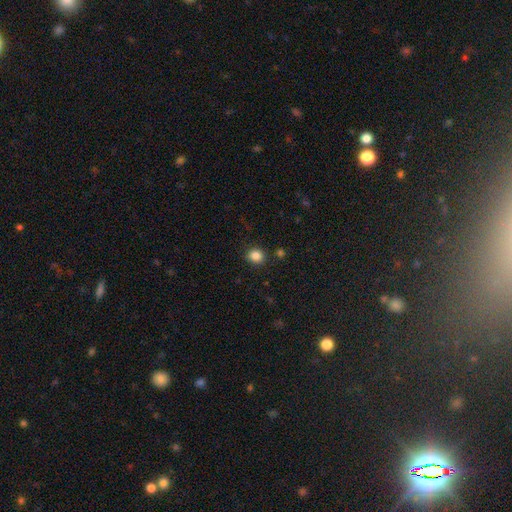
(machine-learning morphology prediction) smooth-or-featured: smooth: 85% | star or artifact: 11% | featured or disk: 4%
  how-rounded: round: 79% | in between: 21% | cigar-shaped: 1%
  merging: none: 88% | minor disturbance: 7% | merger: 2% | major disturbance: 2%